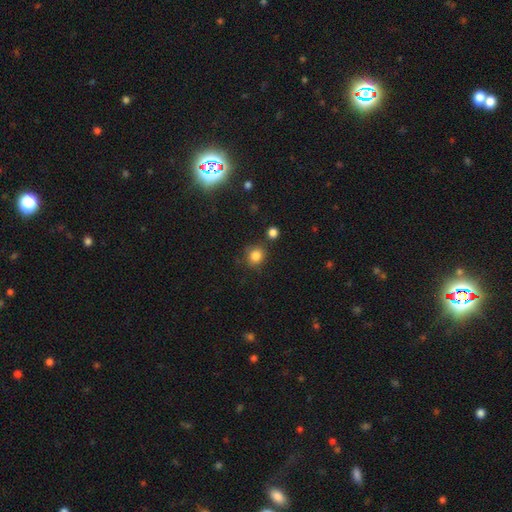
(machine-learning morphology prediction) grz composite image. It shows a smooth galaxy with no disk features (83%) that is round (82%). Merging: none (77%).